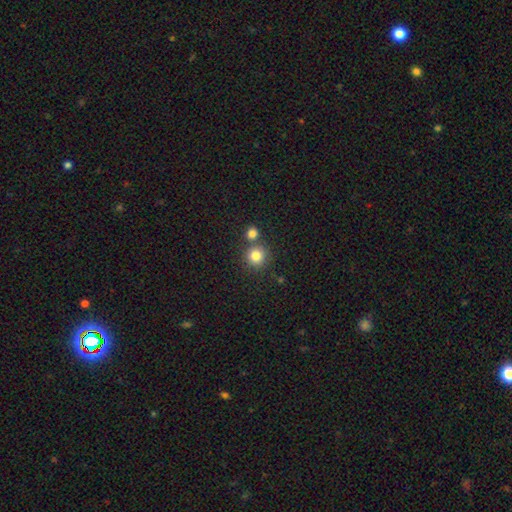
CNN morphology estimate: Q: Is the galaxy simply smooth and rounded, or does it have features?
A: smooth — 82%.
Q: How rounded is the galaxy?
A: round — 92%.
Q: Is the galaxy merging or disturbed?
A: none — 69%.